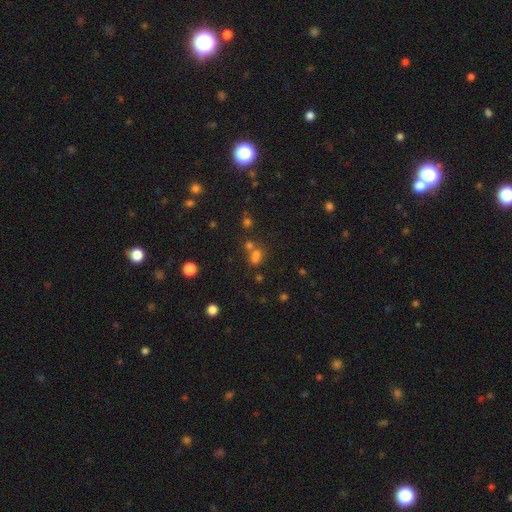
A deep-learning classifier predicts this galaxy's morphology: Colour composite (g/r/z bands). It shows a smooth galaxy with no disk features (63%) that is in between round and cigar-shaped (59%). Merging: none (42%).